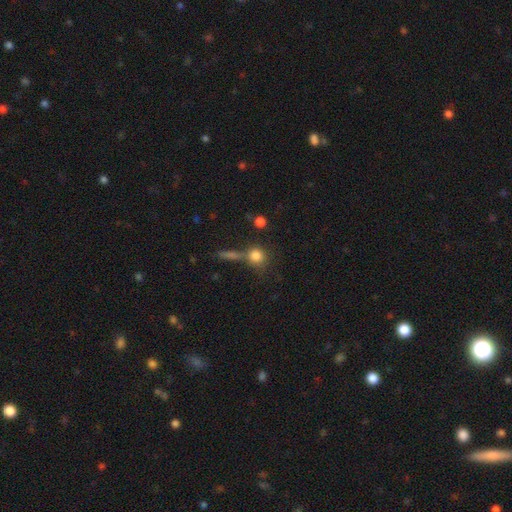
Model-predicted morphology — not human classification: The model was most divided on "merging": none: 60%, merger: 23%, minor disturbance: 11%, major disturbance: 6%. More confident: how rounded — round (83%); smooth or featured — smooth (80%).